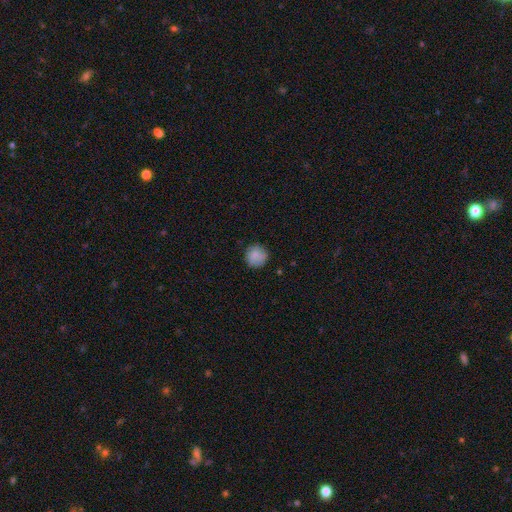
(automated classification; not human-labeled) Q: Smooth or featured?
A: smooth (83%); runner-up: featured or disk (8%)
Q: How rounded?
A: round (92%); runner-up: in between (7%)
Q: Merging?
A: none (82%); runner-up: minor disturbance (14%)